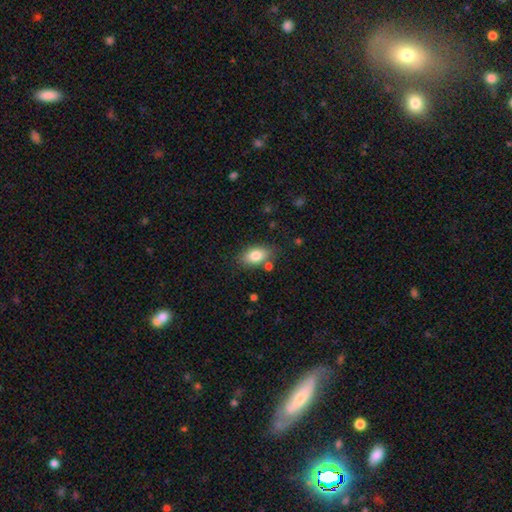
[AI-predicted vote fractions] Smooth or featured: smooth — 82% (featured or disk — 10%)
How rounded: in between — 90% (round — 7%)
Merging: none — 77% (minor disturbance — 13%)